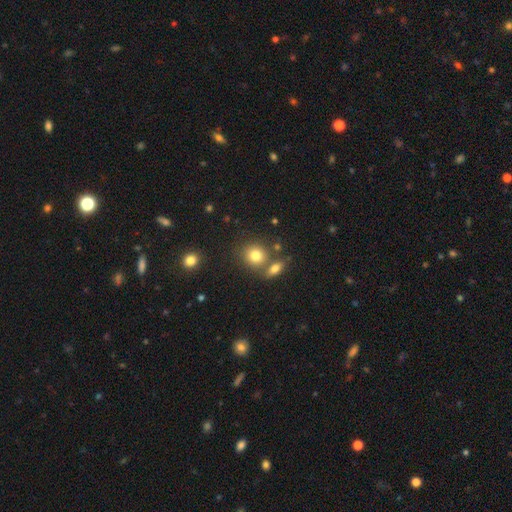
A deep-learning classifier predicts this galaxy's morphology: type=smooth (80%); roundness=round (78%); merging=none (62%).